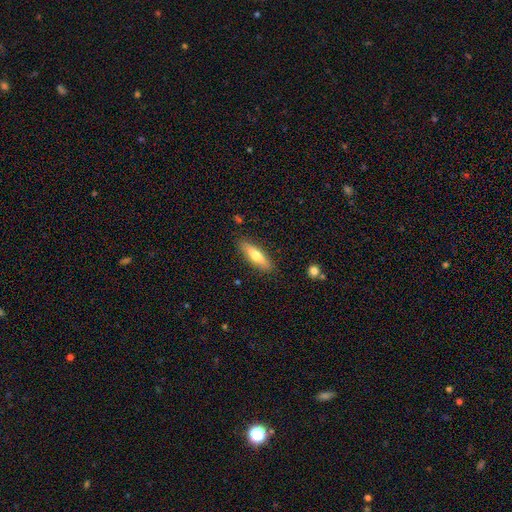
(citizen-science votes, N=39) Smooth or featured? 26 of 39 (67%) said smooth. How rounded? 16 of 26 (62%) said cigar-shaped. Merging? 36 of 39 (92%) said none.